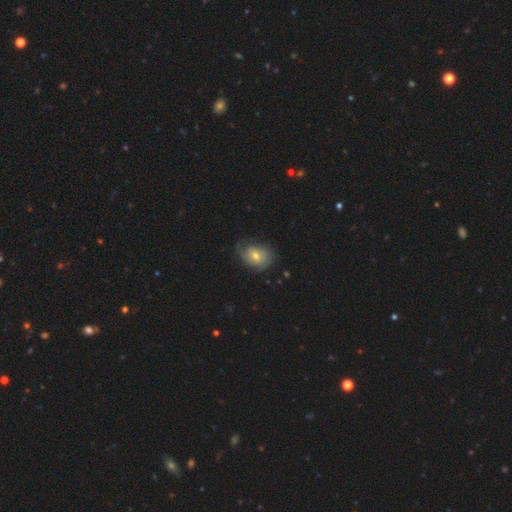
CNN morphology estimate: Smooth or featured? featured or disk (54%)
Edge-on disk? no (96%)
Bar? no (65%)
Spiral arms? yes (83%)
Bulge size? moderate (53%)
Merging? none (61%)